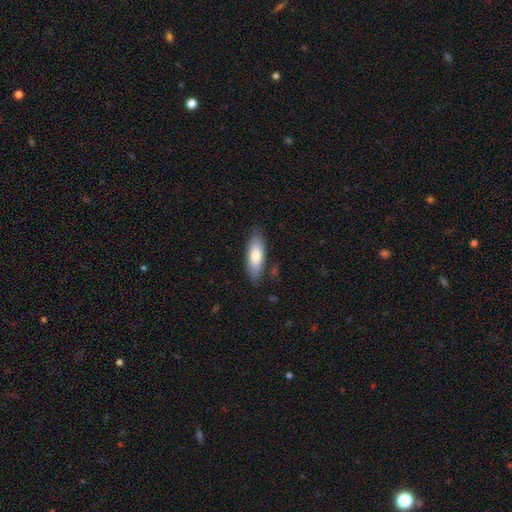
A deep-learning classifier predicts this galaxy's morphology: This appears to be a smooth galaxy with no disk features (76%) that is in between round and cigar-shaped (65%). Merging: none (82%).